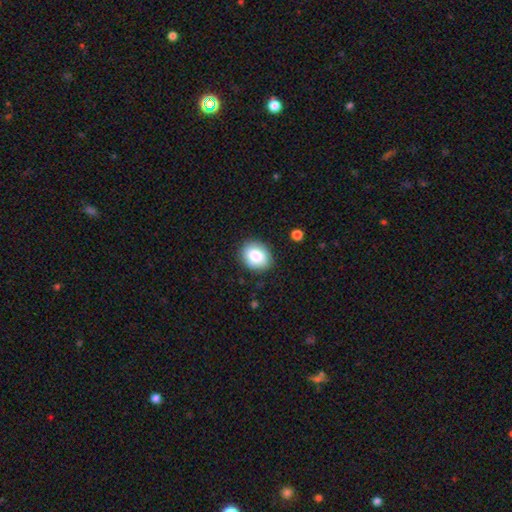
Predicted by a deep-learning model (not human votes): Morphology: type=smooth (81%); roundness=round (53%); merging=none (85%).